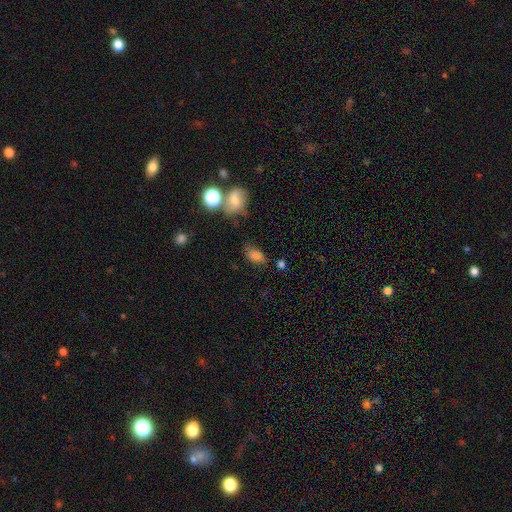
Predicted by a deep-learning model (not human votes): This is likely a smooth galaxy (76%). How rounded: clearly in between (86%). Merging: likely none (64%).